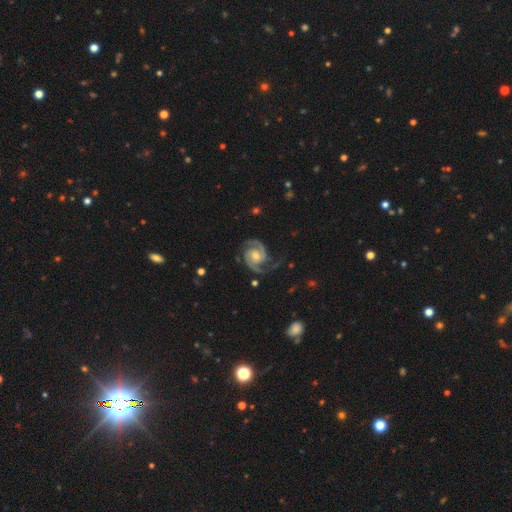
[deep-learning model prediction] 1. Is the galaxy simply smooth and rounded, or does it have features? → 93% featured or disk, 4% star or artifact, 3% smooth.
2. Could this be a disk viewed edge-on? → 98% no, 2% yes.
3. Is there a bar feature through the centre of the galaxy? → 57% no, 34% weak, 9% strong.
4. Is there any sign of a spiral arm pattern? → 99% yes, 1% no.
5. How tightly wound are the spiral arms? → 52% medium, 37% tight, 10% loose.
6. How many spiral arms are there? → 92% 2, 3% 3, 2% can't tell, 1% 1, 1% 4, 1% more than 4.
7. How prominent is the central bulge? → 64% moderate, 27% small, 6% large, 2% none, 1% dominant.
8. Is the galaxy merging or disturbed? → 75% none, 17% minor disturbance, 7% major disturbance, 2% merger.